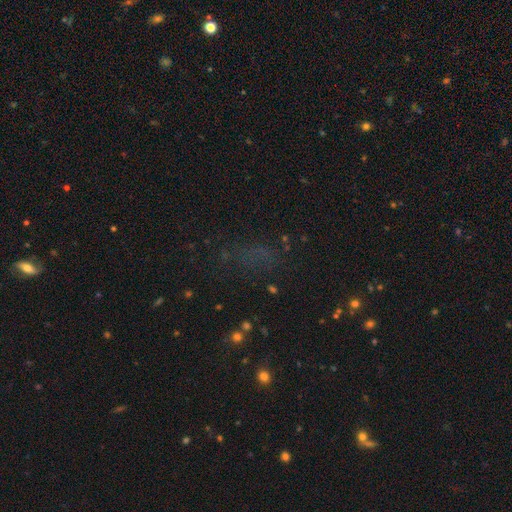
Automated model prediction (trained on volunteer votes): Smooth or featured? Predicted: star or artifact (p=0.50).